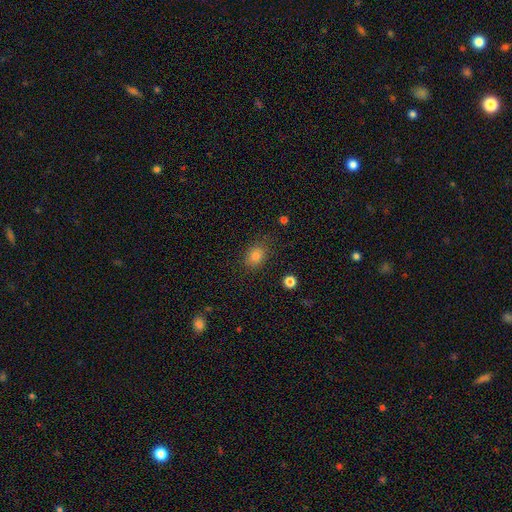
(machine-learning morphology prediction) Smooth or featured? smooth (80%)
How rounded? in between (58%)
Merging? none (80%)